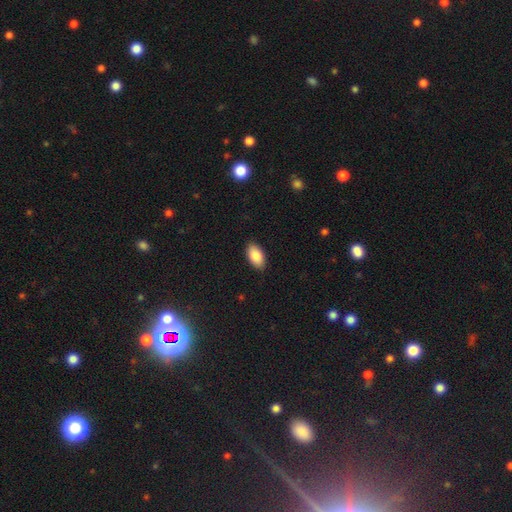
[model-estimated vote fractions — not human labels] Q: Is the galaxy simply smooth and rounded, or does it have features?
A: smooth — 87%.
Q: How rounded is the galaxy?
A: in between — 95%.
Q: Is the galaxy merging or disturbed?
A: none — 88%.